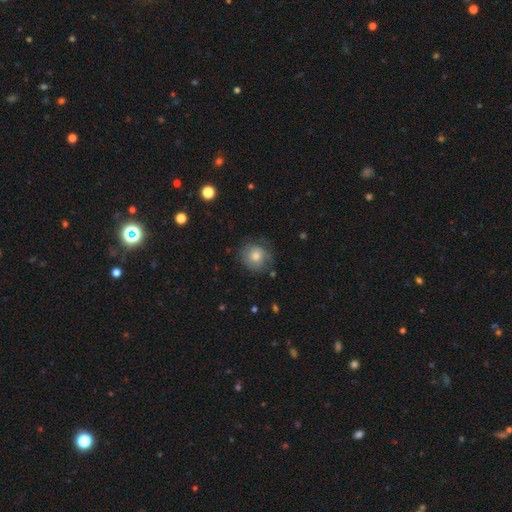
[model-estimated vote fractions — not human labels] The model was most divided on "smooth or featured": smooth: 58%, featured or disk: 31%, star or artifact: 10%. More confident: how rounded — round (85%); merging — none (71%).